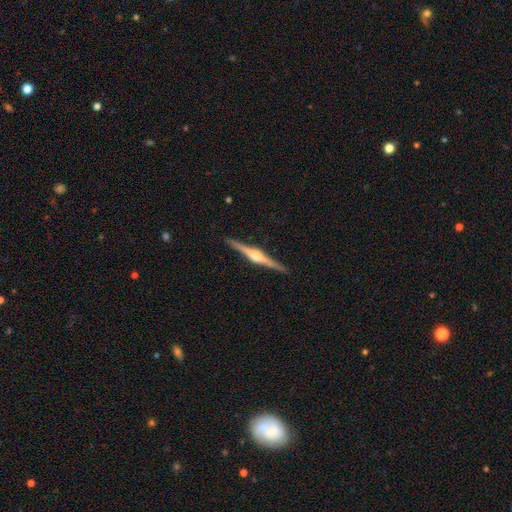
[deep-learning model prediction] Q: Smooth or featured?
A: featured or disk (85%); runner-up: smooth (10%)
Q: Edge-on disk?
A: yes (99%); runner-up: no (1%)
Q: Edge-on bulge?
A: rounded (92%); runner-up: boxy (6%)
Q: Merging?
A: none (92%); runner-up: minor disturbance (6%)